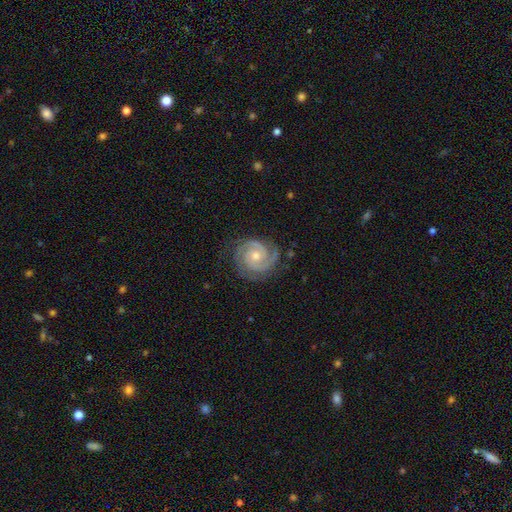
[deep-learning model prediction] smooth-or-featured: featured or disk: 91% | star or artifact: 5% | smooth: 4%
  disk-edge-on: no: 98% | yes: 2%
    bar: no: 69% | weak: 25% | strong: 7%
    has-spiral-arms: yes: 98% | no: 2%
      spiral-winding: tight: 74% | medium: 23% | loose: 3%
      spiral-arm-count: 2: 69% | 3: 19% | can't tell: 5% | 4: 3% | 1: 2% | more than 4: 2%
    bulge-size: moderate: 50% | small: 47% | large: 1% | none: 1% | dominant: 1%
  merging: none: 82% | minor disturbance: 14% | major disturbance: 4% | merger: 1%